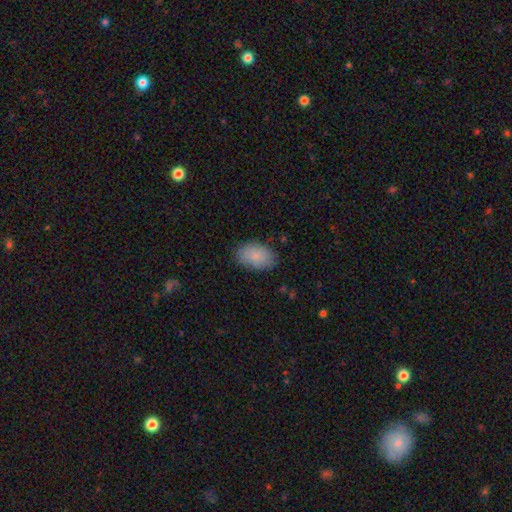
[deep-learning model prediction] Smooth or featured: smooth — 87% (star or artifact — 7%)
How rounded: in between — 90% (round — 9%)
Merging: none — 83% (minor disturbance — 13%)